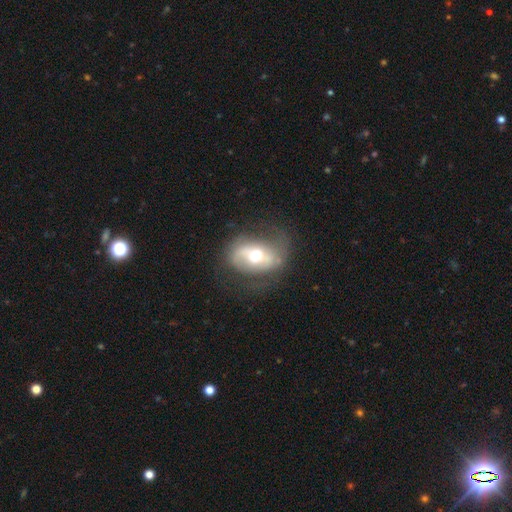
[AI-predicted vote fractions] Smooth or featured? Predicted: featured or disk (p=0.60). Edge-on disk? Predicted: no (p=0.92). Bar? Predicted: no (p=0.35). Spiral arms? Predicted: yes (p=0.56). Bulge size? Predicted: moderate (p=0.71). Merging? Predicted: none (p=0.62).